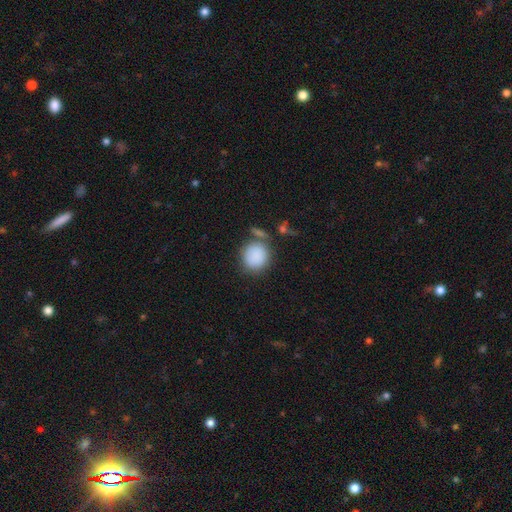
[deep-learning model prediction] Smooth or featured? smooth (87%)
How rounded? round (85%)
Merging? none (66%)